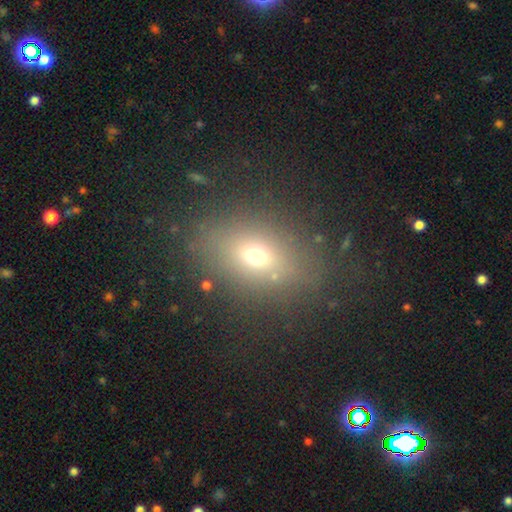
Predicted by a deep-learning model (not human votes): Smooth or featured: smooth — 64% (star or artifact — 19%)
How rounded: in between — 69% (round — 27%)
Merging: none — 77% (minor disturbance — 13%)